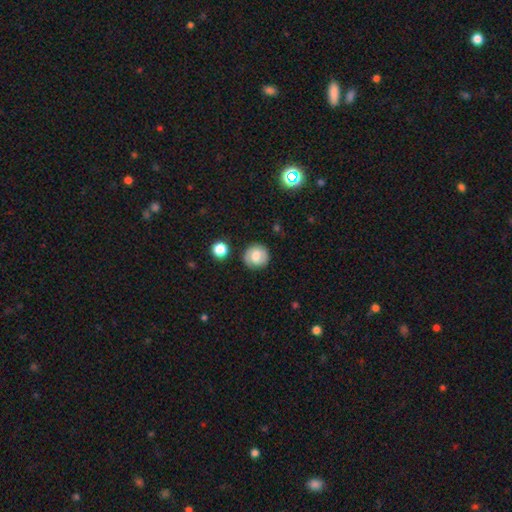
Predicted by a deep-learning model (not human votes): A smooth galaxy with no disk features (69%) that is round (91%).

Vote fractions:
- Smooth or featured? smooth: 69% / featured or disk: 22% / star or artifact: 9%
- How rounded? round: 91% / in between: 8% / cigar-shaped: 1%
- Merging? none: 84% / minor disturbance: 11% / major disturbance: 3% / merger: 2%